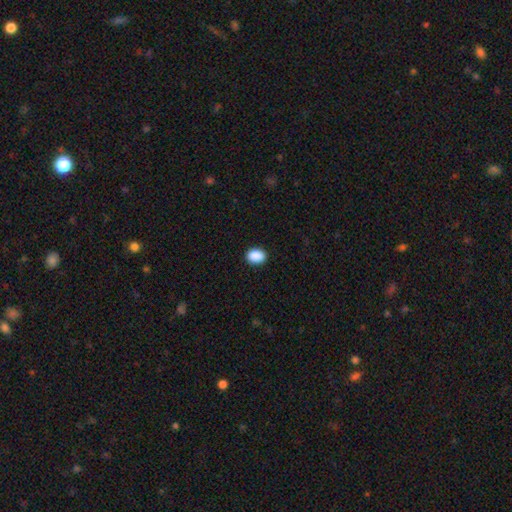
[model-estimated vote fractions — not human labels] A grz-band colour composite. It shows a smooth galaxy with no disk features (90%) that is in between round and cigar-shaped (71%). Merging: none (90%).